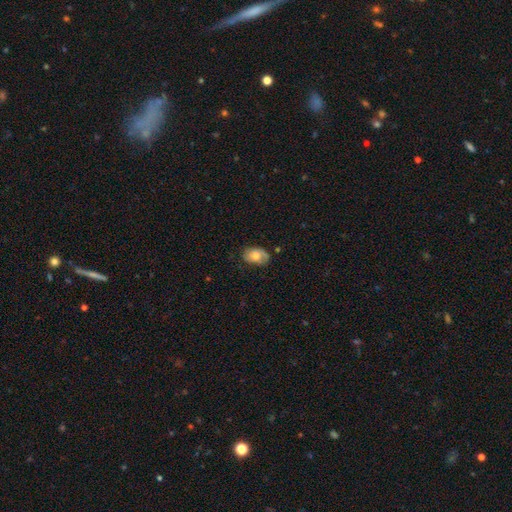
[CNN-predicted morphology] Q: Smooth or featured?
A: smooth (66%); runner-up: featured or disk (26%)
Q: How rounded?
A: in between (84%); runner-up: round (15%)
Q: Merging?
A: none (67%); runner-up: minor disturbance (25%)